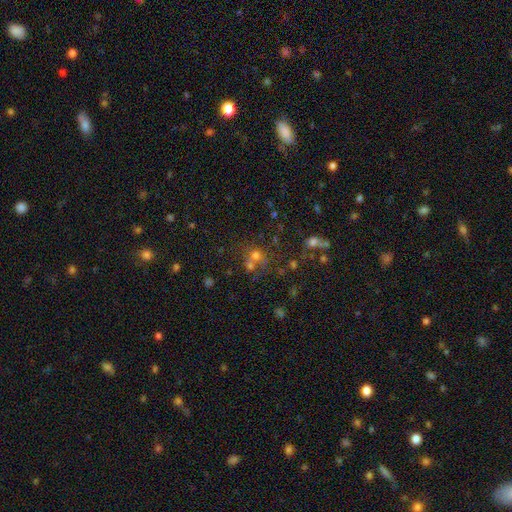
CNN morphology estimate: This is likely a smooth galaxy (62%). How rounded: likely round (78%). Merging: marginally none (43%).